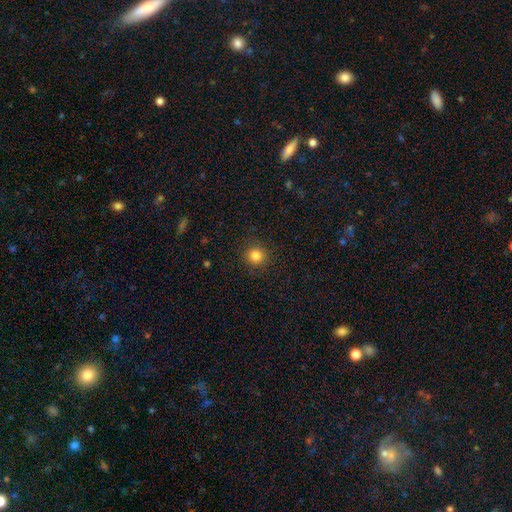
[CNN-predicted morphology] type=smooth (84%); roundness=round (92%); merging=none (90%).